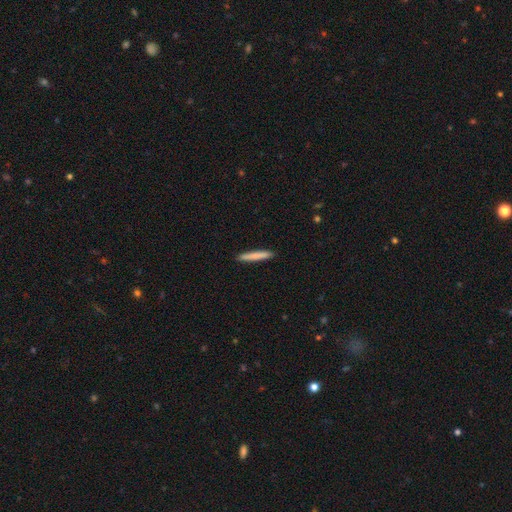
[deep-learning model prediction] Smooth or featured?
  - smooth: 81% *
  - featured or disk: 14%
  - star or artifact: 6%
How rounded?
  - cigar-shaped: 95% *
  - in between: 3%
  - round: 1%
Merging?
  - none: 92% *
  - minor disturbance: 6%
  - major disturbance: 1%
  - merger: 1%